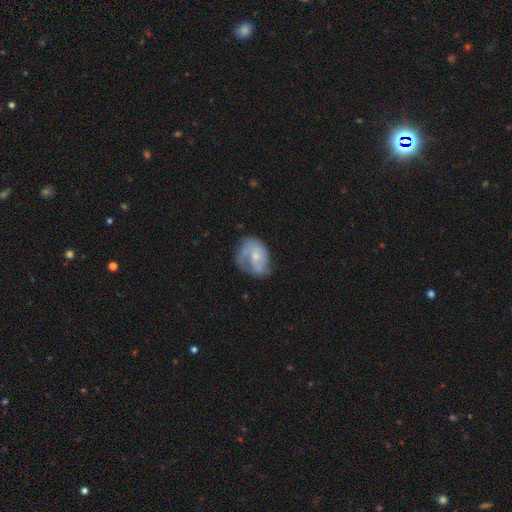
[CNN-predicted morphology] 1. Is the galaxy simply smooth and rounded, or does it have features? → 59% featured or disk, 34% smooth, 7% star or artifact.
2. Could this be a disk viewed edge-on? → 97% no, 3% yes.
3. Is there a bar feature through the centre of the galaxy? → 71% no, 25% weak, 4% strong.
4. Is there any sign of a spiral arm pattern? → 71% yes, 29% no.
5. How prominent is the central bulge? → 58% small, 33% moderate, 6% none, 2% large, 1% dominant.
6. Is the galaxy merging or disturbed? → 44% none, 29% minor disturbance, 24% major disturbance, 3% merger.